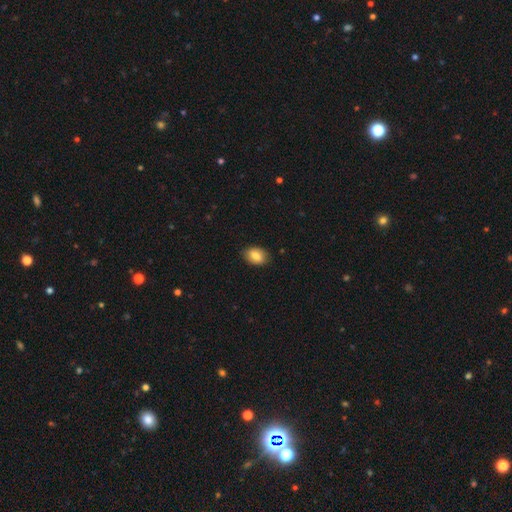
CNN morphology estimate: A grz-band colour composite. It shows a smooth galaxy with no disk features (81%) that is in between round and cigar-shaped (82%). Merging: none (86%).